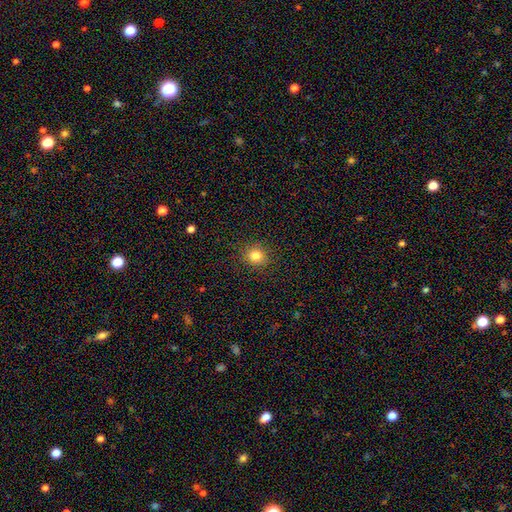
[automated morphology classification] A smooth galaxy with no disk features (82%) that is round (87%).

Vote fractions:
- Smooth or featured? smooth: 82% / star or artifact: 12% / featured or disk: 6%
- How rounded? round: 87% / in between: 12% / cigar-shaped: 1%
- Merging? none: 90% / minor disturbance: 7% / major disturbance: 2% / merger: 1%